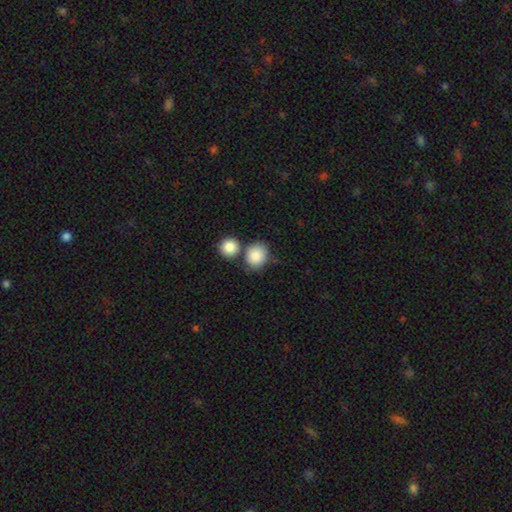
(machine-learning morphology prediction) This appears to be a smooth galaxy with no disk features (87%) that is round (64%). Merging: none (55%).